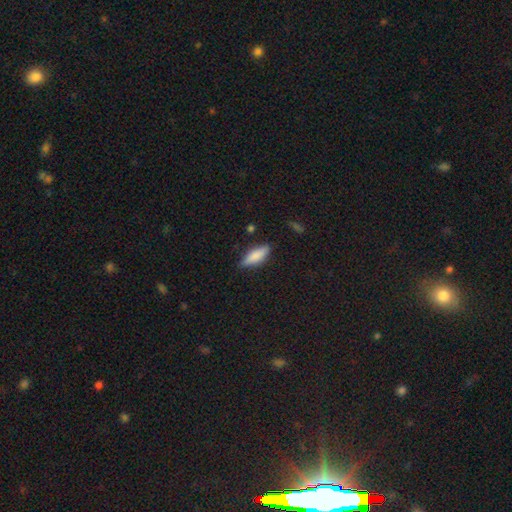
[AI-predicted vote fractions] A smooth galaxy with no disk features (75%) that is in between round and cigar-shaped (58%).

Vote fractions:
- Smooth or featured? smooth: 75% / featured or disk: 18% / star or artifact: 7%
- How rounded? in between: 58% / cigar-shaped: 40% / round: 2%
- Merging? none: 78% / minor disturbance: 17% / major disturbance: 3% / merger: 2%